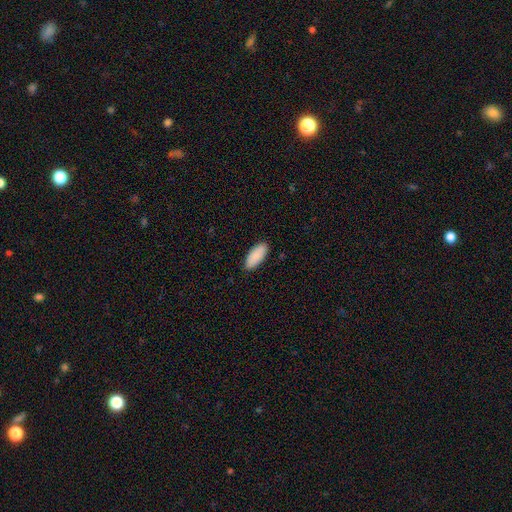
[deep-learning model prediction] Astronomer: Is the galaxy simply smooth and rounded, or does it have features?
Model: smooth — 90%.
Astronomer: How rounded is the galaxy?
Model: in between — 86%.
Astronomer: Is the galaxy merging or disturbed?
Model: none — 89%.